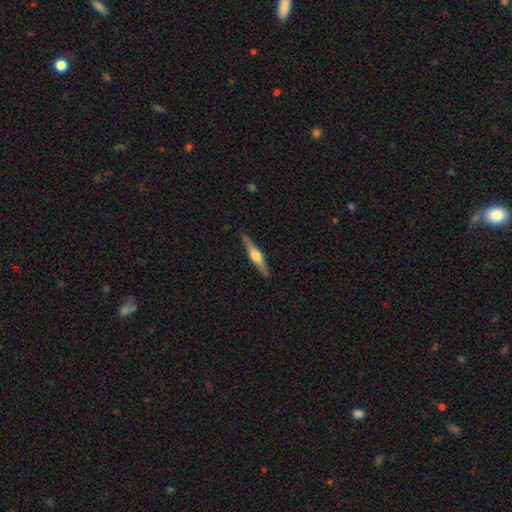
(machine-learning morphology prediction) featured or disk 68%, smooth 27%, star or artifact 5%. Down the decision tree: edge-on disk — yes (97%); edge-on bulge — rounded (92%); merging — none (90%).